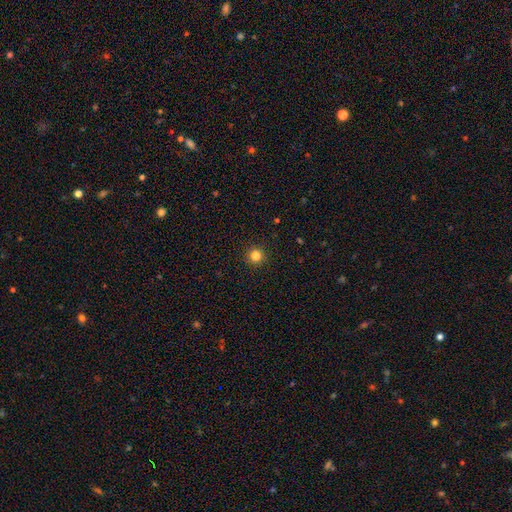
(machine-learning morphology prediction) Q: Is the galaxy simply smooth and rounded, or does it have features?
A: smooth — 82%.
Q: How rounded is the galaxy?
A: round — 96%.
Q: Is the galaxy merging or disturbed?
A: none — 93%.